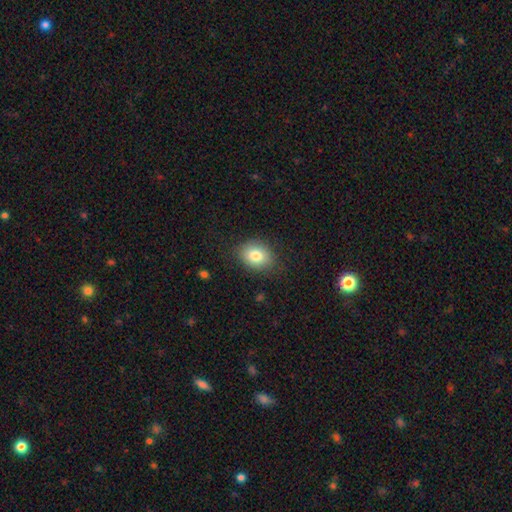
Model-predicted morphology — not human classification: The model was most divided on "how rounded": in between: 52%, round: 47%, cigar-shaped: 1%. More confident: merging — none (83%); smooth or featured — smooth (81%).